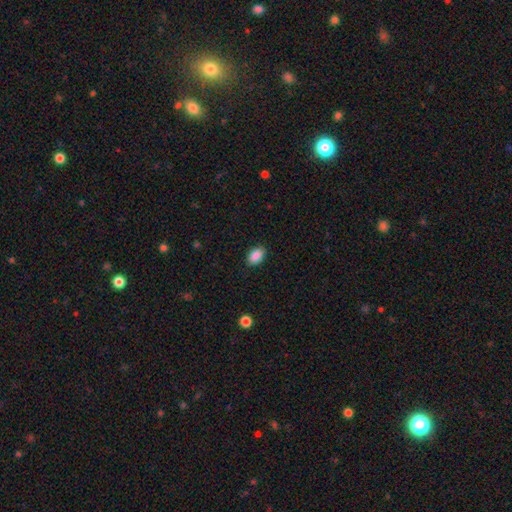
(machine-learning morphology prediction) smooth 89%, star or artifact 8%, featured or disk 3%. Down the decision tree: how rounded — in between (90%); merging — none (88%).